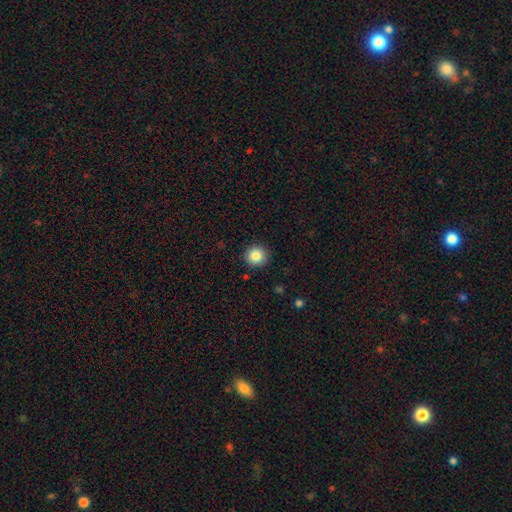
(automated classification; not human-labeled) Morphology: type=smooth (84%); roundness=round (94%); merging=none (91%).